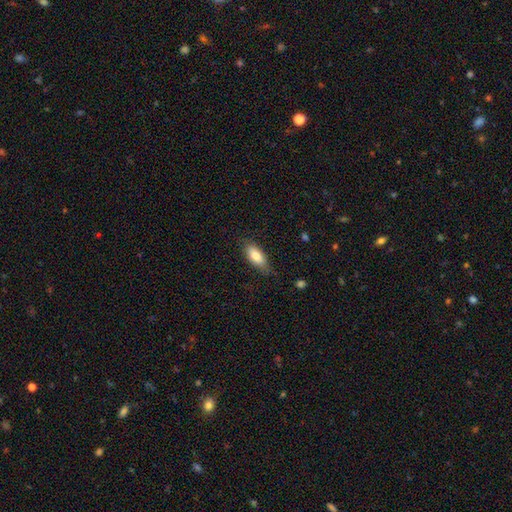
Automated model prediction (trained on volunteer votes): smooth_or_featured: smooth (p=0.82) [alt: featured or disk p=0.12]
how_rounded: in between (p=0.83) [alt: cigar-shaped p=0.14]
merging: none (p=0.75) [alt: minor disturbance p=0.19]